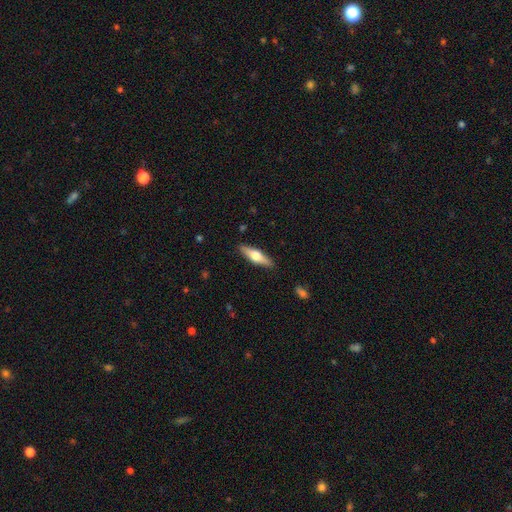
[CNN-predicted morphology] Smooth or featured: featured or disk — 49% (smooth — 46%)
Merging: none — 89% (minor disturbance — 8%)